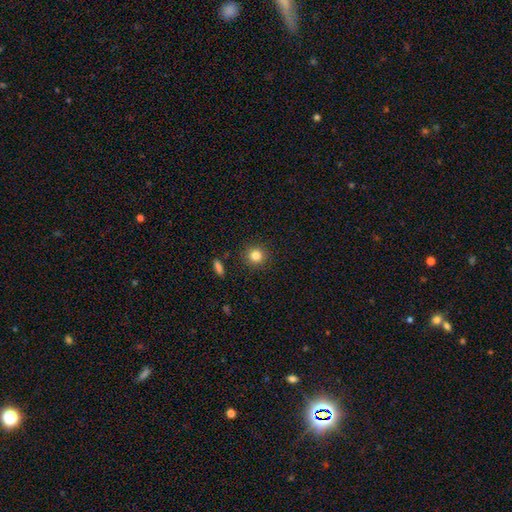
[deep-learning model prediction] Smooth or featured? smooth (82%)
How rounded? round (93%)
Merging? none (90%)